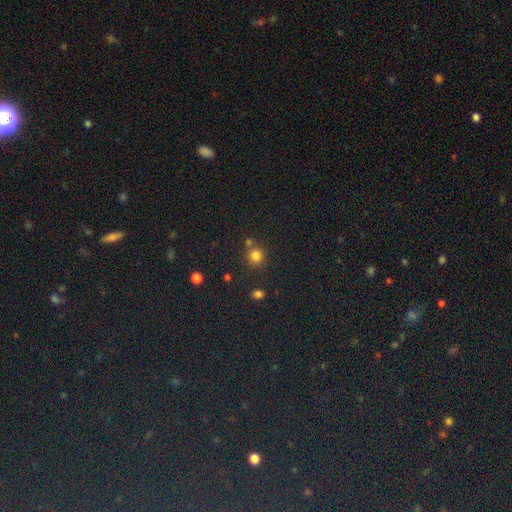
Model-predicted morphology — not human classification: Smooth or featured?
  - smooth: 79% *
  - star or artifact: 15%
  - featured or disk: 6%
How rounded?
  - round: 89% *
  - in between: 10%
  - cigar-shaped: 1%
Merging?
  - none: 69% *
  - merger: 17%
  - minor disturbance: 10%
  - major disturbance: 4%